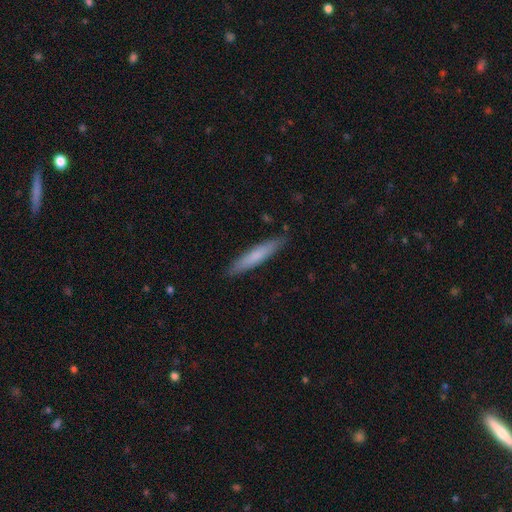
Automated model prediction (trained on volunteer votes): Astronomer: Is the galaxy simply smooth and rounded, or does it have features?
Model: smooth — 71%.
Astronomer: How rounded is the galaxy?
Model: cigar-shaped — 91%.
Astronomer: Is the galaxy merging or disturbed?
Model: none — 88%.